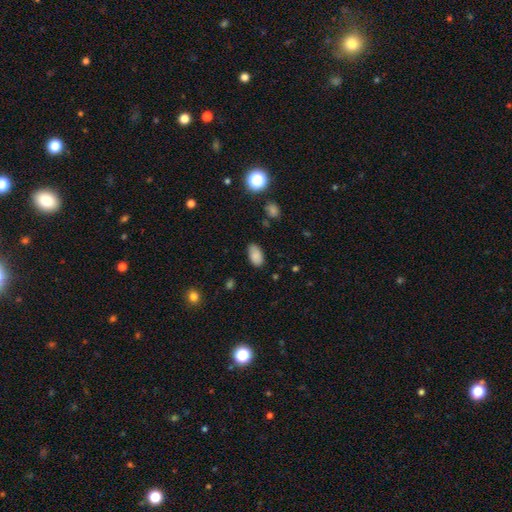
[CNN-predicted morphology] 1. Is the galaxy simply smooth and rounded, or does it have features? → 85% smooth, 9% star or artifact, 6% featured or disk.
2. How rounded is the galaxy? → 94% in between, 5% round, 2% cigar-shaped.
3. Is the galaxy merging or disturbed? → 79% none, 16% minor disturbance, 3% major disturbance, 2% merger.